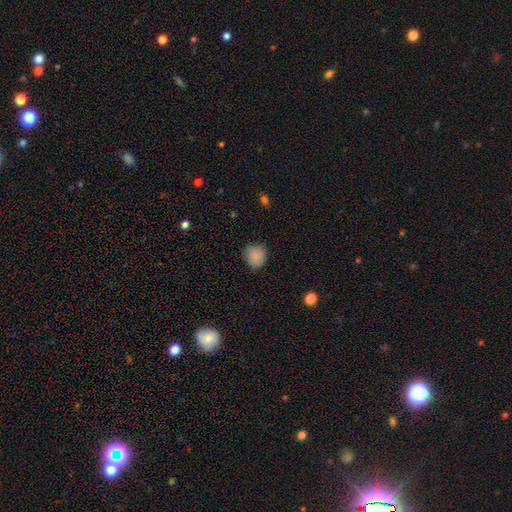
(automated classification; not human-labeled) Smooth or featured?
  - smooth: 85% *
  - star or artifact: 9%
  - featured or disk: 6%
How rounded?
  - round: 81% *
  - in between: 18%
  - cigar-shaped: 1%
Merging?
  - none: 76% *
  - minor disturbance: 19%
  - major disturbance: 4%
  - merger: 1%